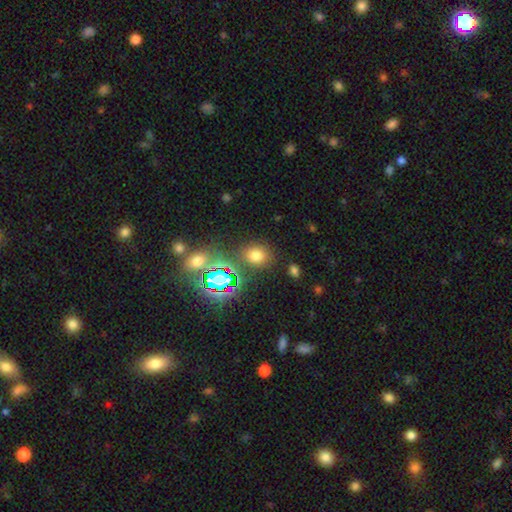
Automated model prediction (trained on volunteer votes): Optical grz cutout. It shows a smooth galaxy with no disk features (64%) that is round (64%). Merging: none (79%).